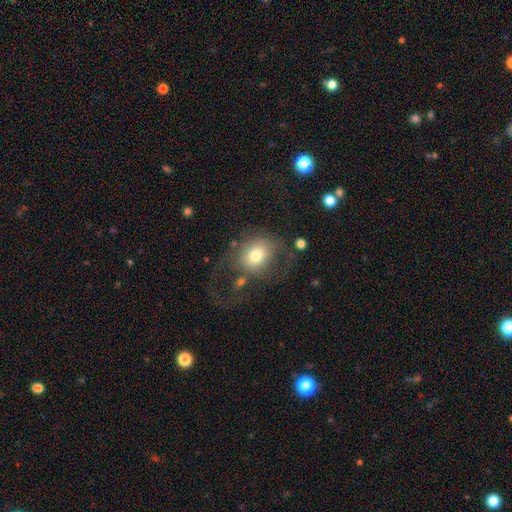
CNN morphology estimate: Smooth or featured? smooth (68%)
How rounded? round (62%)
Merging? major disturbance (41%)